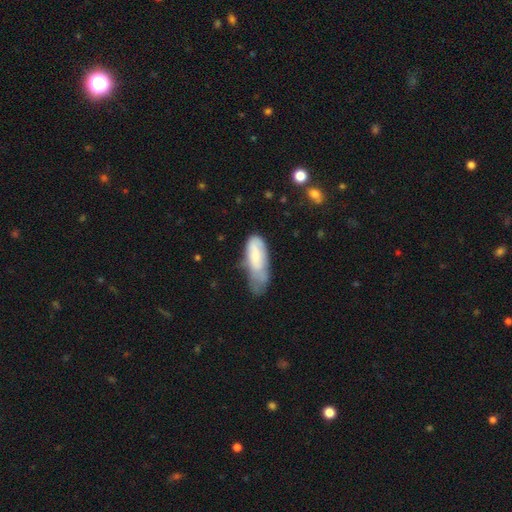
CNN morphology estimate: A smooth galaxy with no disk features (66%) that is in between round and cigar-shaped (71%).

Vote fractions:
- Smooth or featured? smooth: 66% / featured or disk: 27% / star or artifact: 7%
- How rounded? in between: 71% / cigar-shaped: 27% / round: 2%
- Merging? minor disturbance: 39% / major disturbance: 34% / none: 21% / merger: 6%